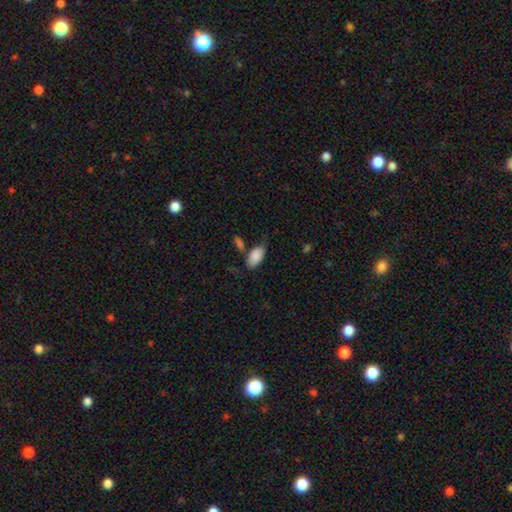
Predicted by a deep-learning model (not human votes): Morphology: type=smooth (87%); roundness=in between (95%); merging=none (62%).